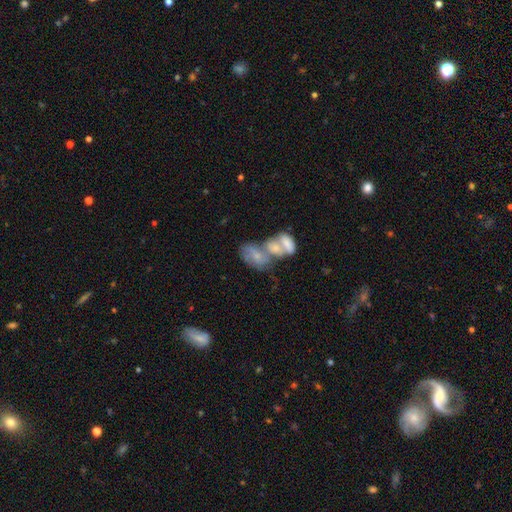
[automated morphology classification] smooth_or_featured: featured or disk (p=0.46) [alt: smooth p=0.45]
merging: merger (p=0.72) [alt: none p=0.13]